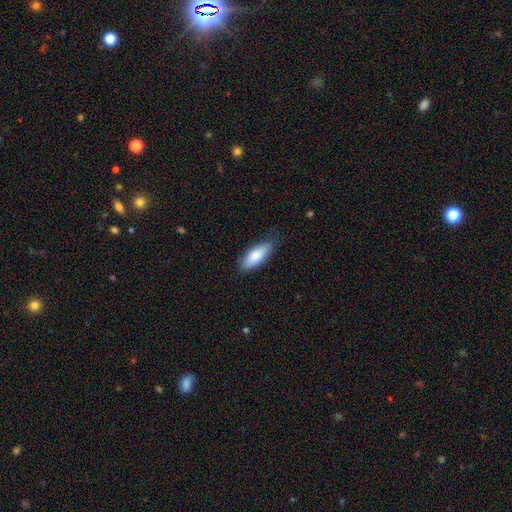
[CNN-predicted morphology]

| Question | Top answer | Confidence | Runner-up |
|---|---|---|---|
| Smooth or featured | smooth | 80% | featured or disk (14%) |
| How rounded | in between | 71% | cigar-shaped (27%) |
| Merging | none | 80% | minor disturbance (16%) |